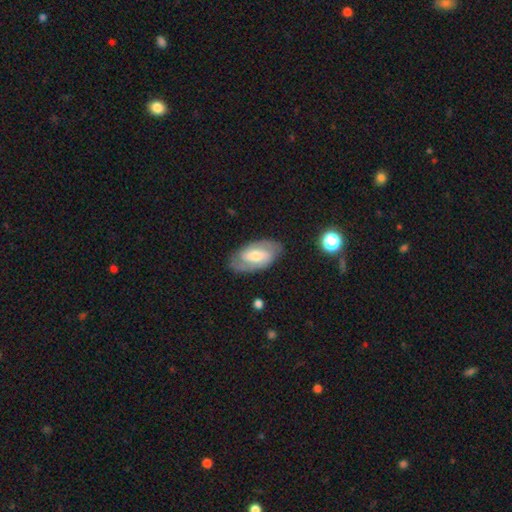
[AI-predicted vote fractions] The model was most divided on "spiral winding": medium: 43%, tight: 42%, loose: 15%. Remaining: edge-on disk — no (95%); spiral arms — yes (85%); spiral arm count — 2 (84%); merging — none (82%); smooth or featured — featured or disk (71%); bulge size — moderate (57%); bar — weak (44%).